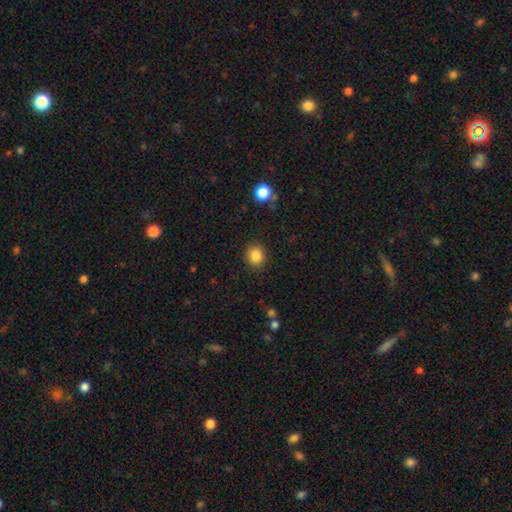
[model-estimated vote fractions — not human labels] smooth_or_featured: smooth (p=0.86) [alt: star or artifact p=0.10]
how_rounded: round (p=0.69) [alt: in between p=0.30]
merging: none (p=0.89) [alt: minor disturbance p=0.08]